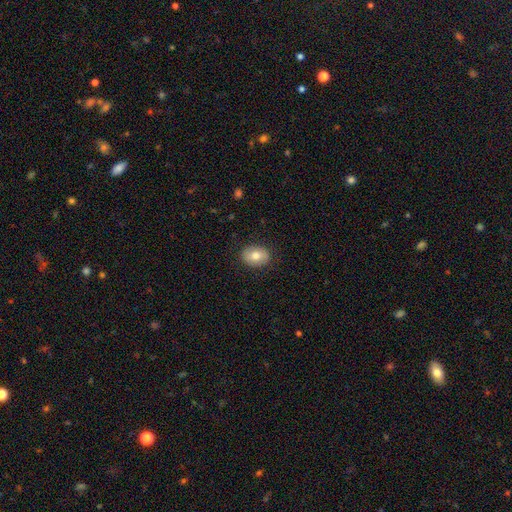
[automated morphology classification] A smooth galaxy with no disk features (75%) that is in between round and cigar-shaped (69%). Merging: none (87%).